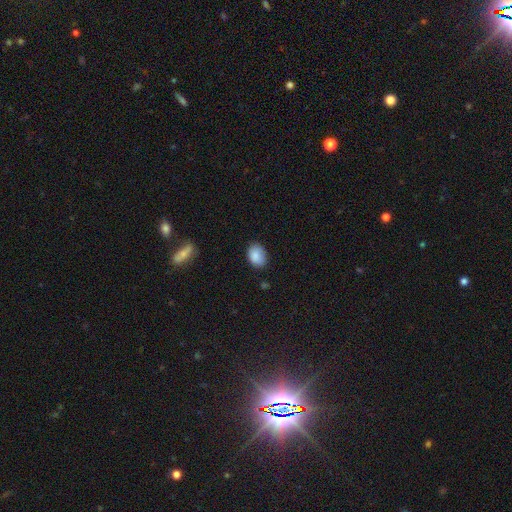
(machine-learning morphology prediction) Smooth or featured?
  - smooth: 88% *
  - star or artifact: 7%
  - featured or disk: 5%
How rounded?
  - in between: 78% *
  - round: 21%
  - cigar-shaped: 1%
Merging?
  - none: 78% *
  - minor disturbance: 17%
  - major disturbance: 3%
  - merger: 2%